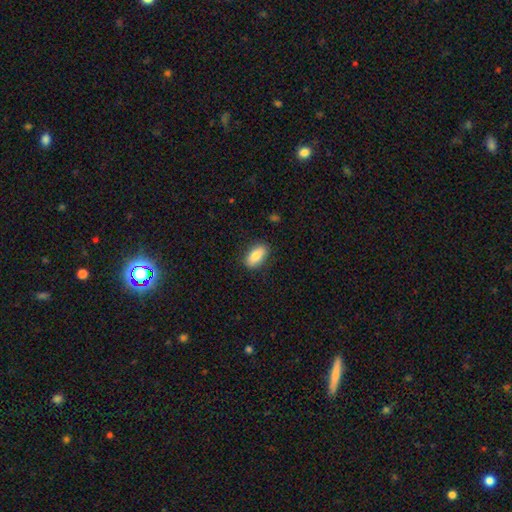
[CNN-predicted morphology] smooth-or-featured: smooth: 85% | featured or disk: 8% | star or artifact: 7%
  how-rounded: in between: 90% | cigar-shaped: 6% | round: 4%
  merging: none: 85% | minor disturbance: 11% | major disturbance: 3% | merger: 1%